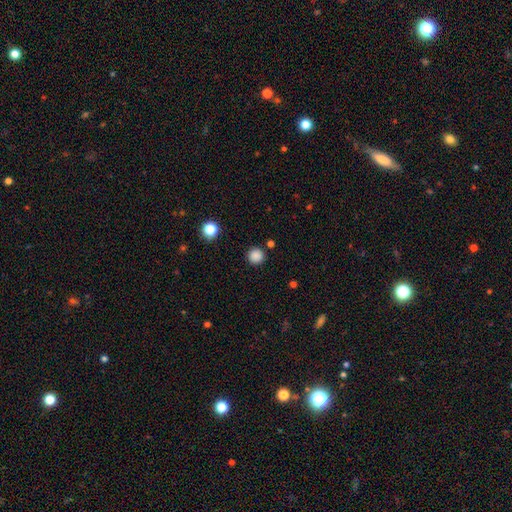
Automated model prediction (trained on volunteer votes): This appears to be a smooth galaxy with no disk features (86%) that is round (95%). Merging: none (90%).